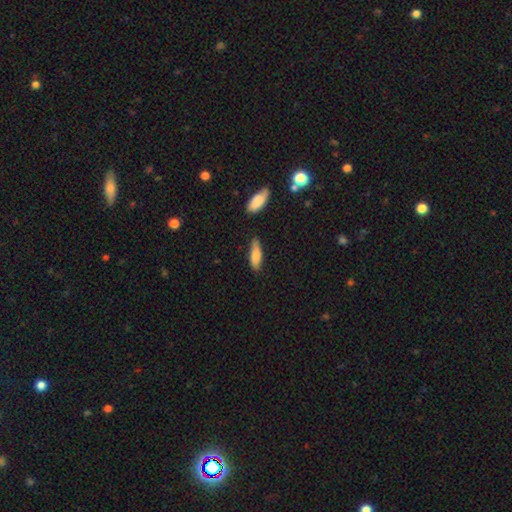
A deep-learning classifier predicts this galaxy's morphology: The model was most divided on "how rounded": in between: 51%, cigar-shaped: 46%, round: 2%. More confident: smooth or featured — smooth (79%); merging — none (68%).